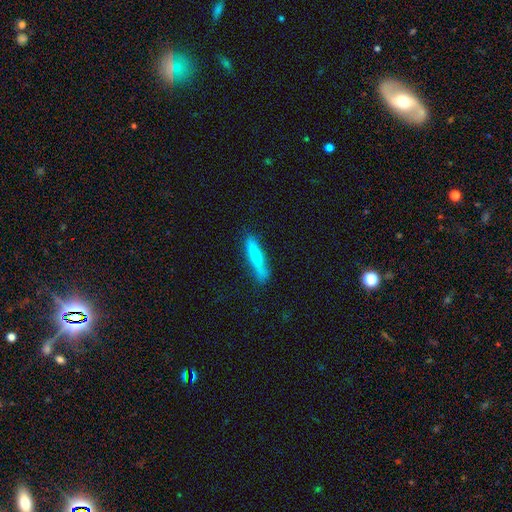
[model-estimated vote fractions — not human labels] smooth 70%, featured or disk 23%, star or artifact 7%. Down the decision tree: how rounded — cigar-shaped (88%); merging — none (62%).